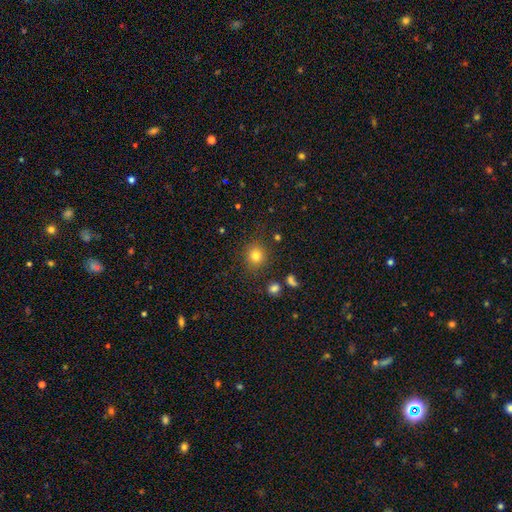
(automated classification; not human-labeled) A smooth galaxy with no disk features (80%) that is round (85%).

Vote fractions:
- Smooth or featured? smooth: 80% / star or artifact: 13% / featured or disk: 7%
- How rounded? round: 85% / in between: 14% / cigar-shaped: 1%
- Merging? none: 85% / minor disturbance: 9% / major disturbance: 3% / merger: 3%